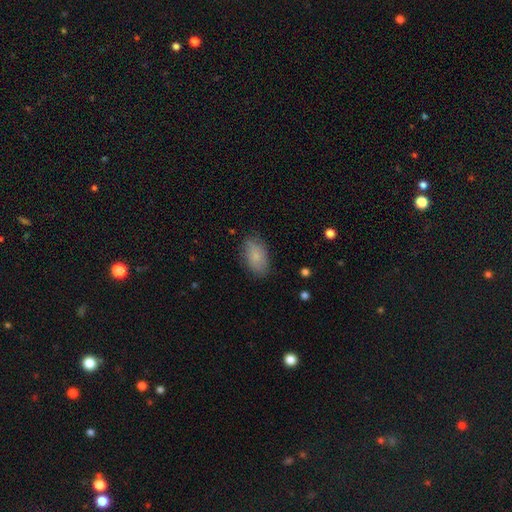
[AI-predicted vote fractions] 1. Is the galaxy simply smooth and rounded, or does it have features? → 82% smooth, 11% featured or disk, 7% star or artifact.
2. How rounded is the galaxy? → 92% in between, 5% round, 3% cigar-shaped.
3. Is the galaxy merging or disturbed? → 78% none, 17% minor disturbance, 4% major disturbance, 1% merger.